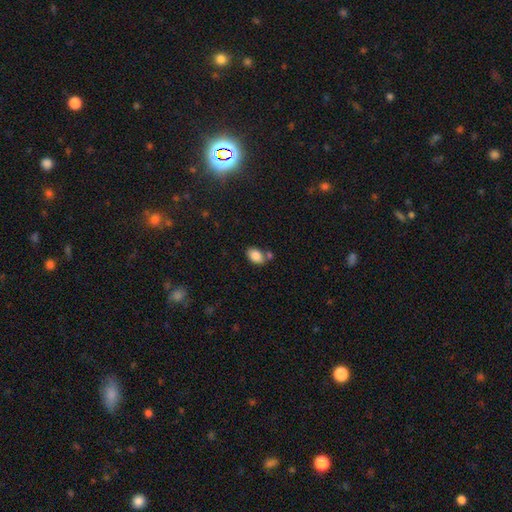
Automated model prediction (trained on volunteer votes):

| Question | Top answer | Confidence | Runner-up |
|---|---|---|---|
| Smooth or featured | smooth | 85% | star or artifact (8%) |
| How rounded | in between | 88% | round (11%) |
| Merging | none | 64% | merger (19%) |